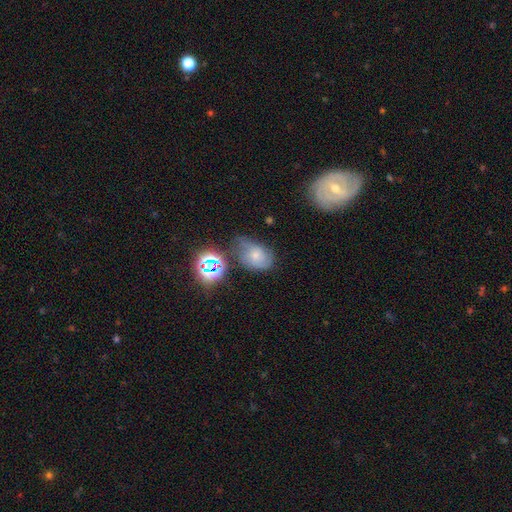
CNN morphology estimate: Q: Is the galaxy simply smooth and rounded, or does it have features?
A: smooth — 48%.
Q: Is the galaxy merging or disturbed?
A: none — 43%.